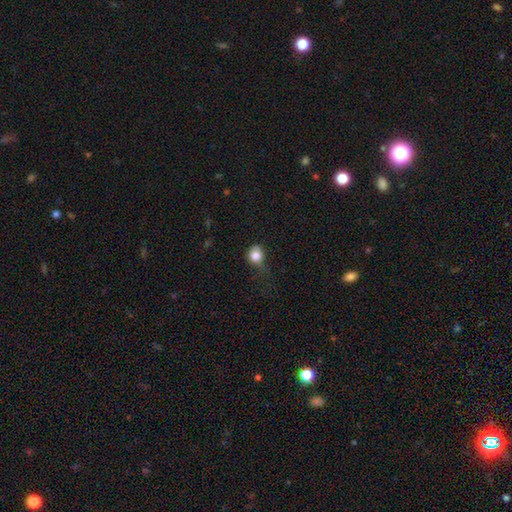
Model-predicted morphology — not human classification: This is clearly a smooth galaxy (81%). How rounded: likely round (72%). Merging: marginally none (42%).